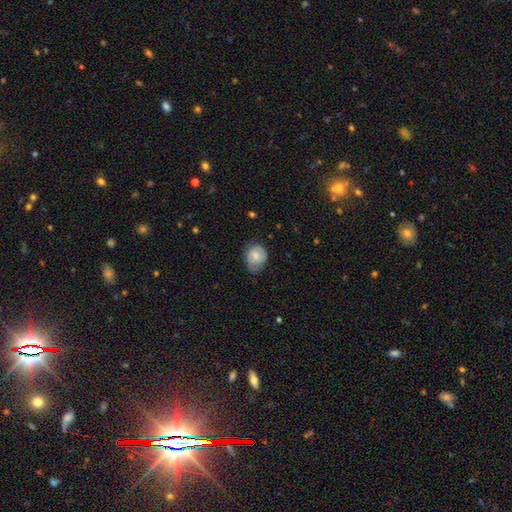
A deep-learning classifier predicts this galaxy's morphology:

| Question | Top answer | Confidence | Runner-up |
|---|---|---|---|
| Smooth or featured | smooth | 74% | featured or disk (18%) |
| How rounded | round | 51% | in between (48%) |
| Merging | none | 54% | minor disturbance (36%) |